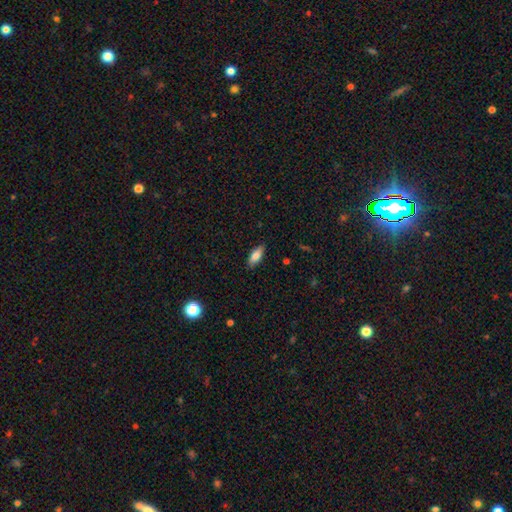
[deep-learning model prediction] Smooth or featured? Predicted: smooth (p=0.79). How rounded? Predicted: in between (p=0.78). Merging? Predicted: none (p=0.86).